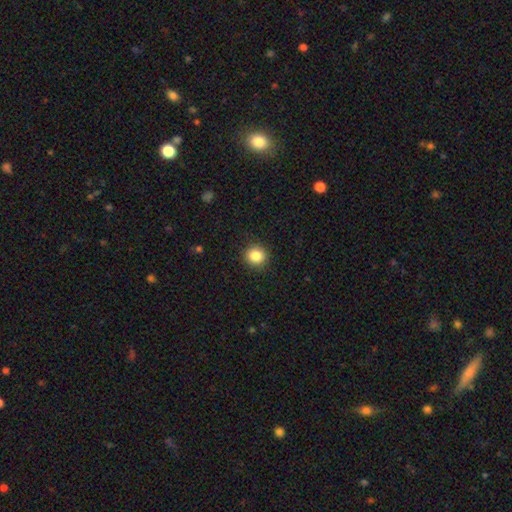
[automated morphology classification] smooth_or_featured: smooth (p=0.85) [alt: star or artifact p=0.10]
how_rounded: round (p=0.90) [alt: in between p=0.09]
merging: none (p=0.91) [alt: minor disturbance p=0.06]